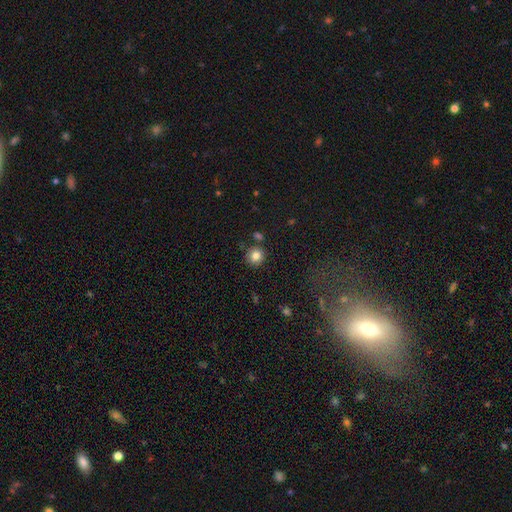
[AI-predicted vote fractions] smooth_or_featured: smooth (p=0.83) [alt: star or artifact p=0.11]
how_rounded: round (p=0.92) [alt: in between p=0.07]
merging: none (p=0.83) [alt: minor disturbance p=0.09]